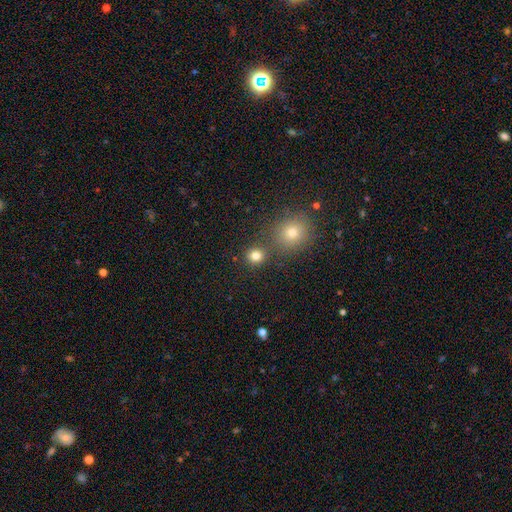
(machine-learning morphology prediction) type=smooth (80%); roundness=round (88%); merging=none (76%).